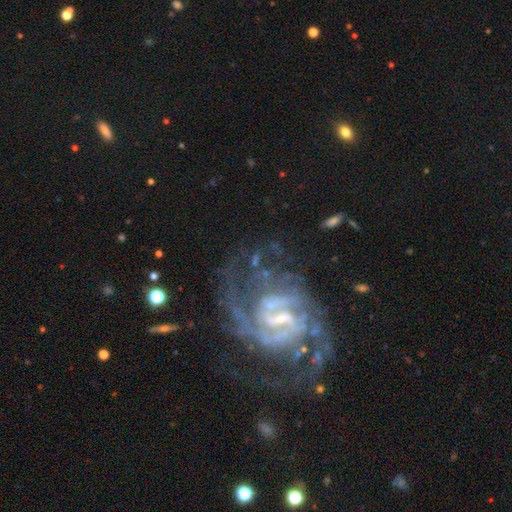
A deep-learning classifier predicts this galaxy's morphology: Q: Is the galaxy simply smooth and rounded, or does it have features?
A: featured or disk — 88%.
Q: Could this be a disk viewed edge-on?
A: no — 97%.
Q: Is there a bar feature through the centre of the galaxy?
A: weak — 49%.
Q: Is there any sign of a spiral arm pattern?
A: yes — 96%.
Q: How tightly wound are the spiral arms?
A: tight — 47%.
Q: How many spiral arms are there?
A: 2 — 35%.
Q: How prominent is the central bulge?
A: small — 51%.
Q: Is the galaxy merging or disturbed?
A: none — 62%.